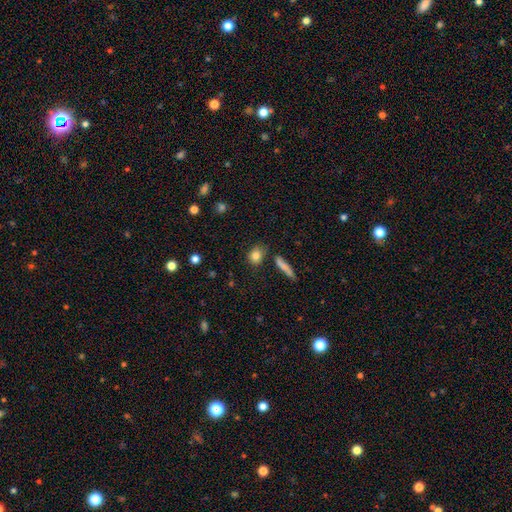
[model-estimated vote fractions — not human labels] smooth 83%, star or artifact 9%, featured or disk 8%. Down the decision tree: how rounded — round (51%); merging — none (74%).